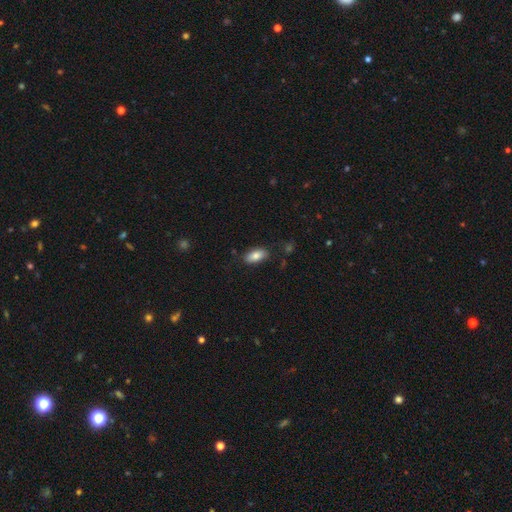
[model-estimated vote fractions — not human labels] smooth_or_featured: smooth (p=0.83) [alt: featured or disk p=0.10]
how_rounded: in between (p=0.92) [alt: cigar-shaped p=0.04]
merging: none (p=0.82) [alt: minor disturbance p=0.13]